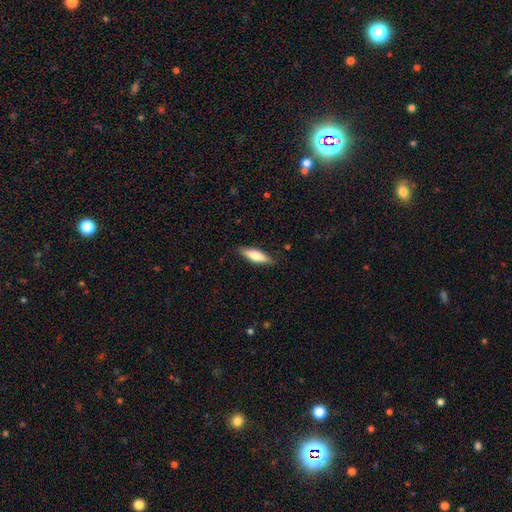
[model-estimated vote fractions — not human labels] Q: Smooth or featured?
A: smooth (63%); runner-up: featured or disk (31%)
Q: How rounded?
A: cigar-shaped (54%); runner-up: in between (44%)
Q: Merging?
A: none (86%); runner-up: minor disturbance (11%)